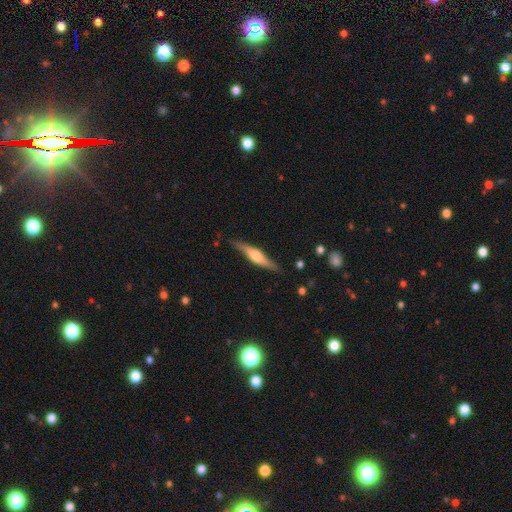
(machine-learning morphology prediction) smooth_or_featured: featured or disk (p=0.62) [alt: smooth p=0.32]
disk_edge_on: yes (p=0.95) [alt: no p=0.05]
edge_on_bulge: rounded (p=0.87) [alt: boxy p=0.08]
merging: none (p=0.83) [alt: minor disturbance p=0.13]